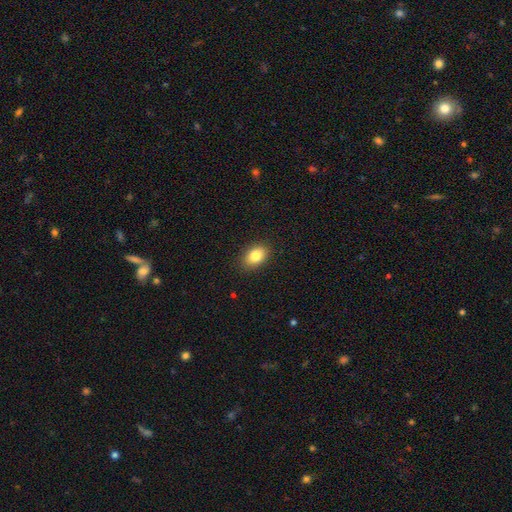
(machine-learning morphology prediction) The model was most divided on "how rounded": in between: 82%, round: 17%, cigar-shaped: 1%. More confident: merging — none (88%); smooth or featured — smooth (84%).